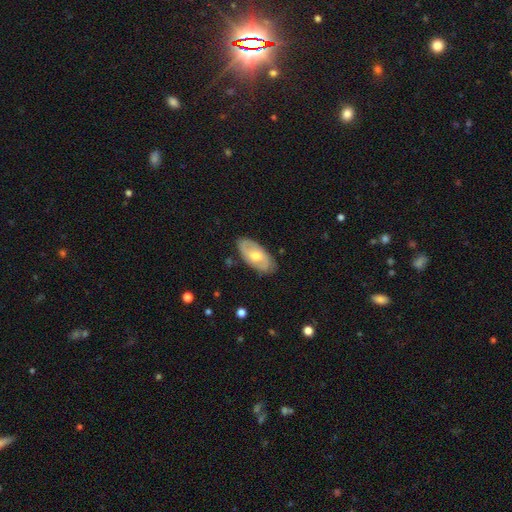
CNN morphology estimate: A featured or disk galaxy (58%) with no bar (61%), spiral arms (69%) and a moderate central bulge (69%). Merging: none (83%).